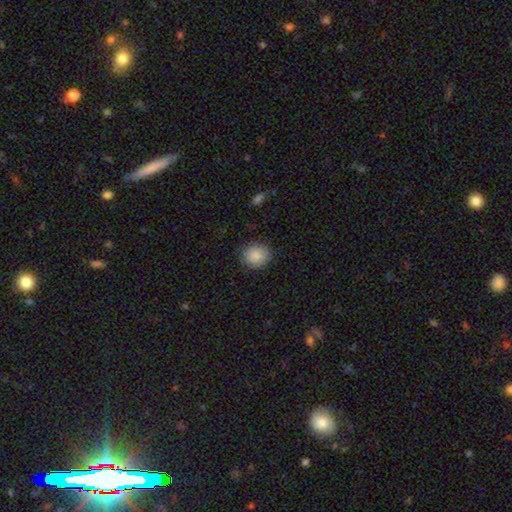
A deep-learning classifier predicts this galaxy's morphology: Smooth or featured: smooth — 87% (star or artifact — 8%)
How rounded: round — 78% (in between — 22%)
Merging: none — 86% (minor disturbance — 11%)